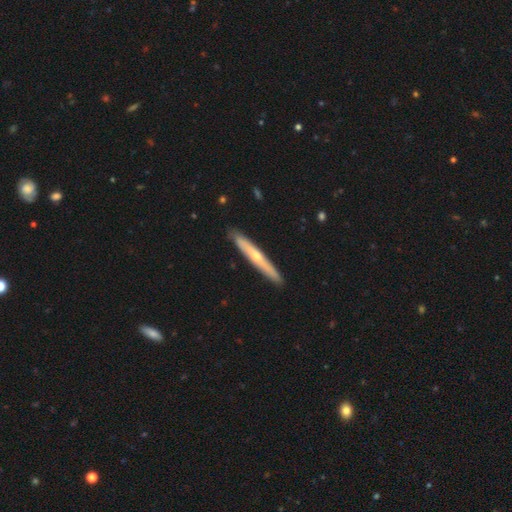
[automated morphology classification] Smooth or featured? Predicted: featured or disk (p=0.55). Edge-on disk? Predicted: yes (p=0.93). Edge-on bulge? Predicted: rounded (p=0.74). Merging? Predicted: none (p=0.91).